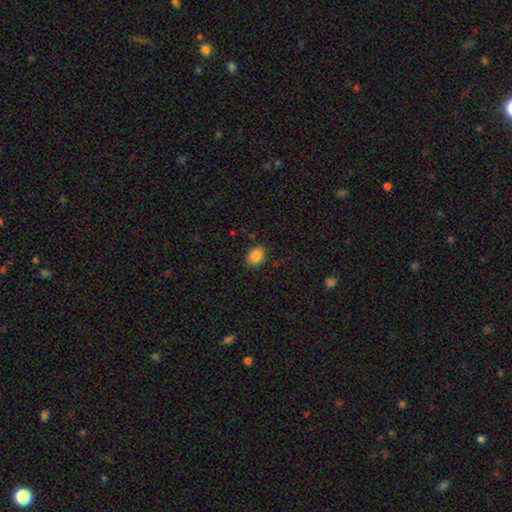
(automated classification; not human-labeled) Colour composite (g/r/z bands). It shows a smooth galaxy with no disk features (87%) that is in between round and cigar-shaped (64%). Merging: none (87%).